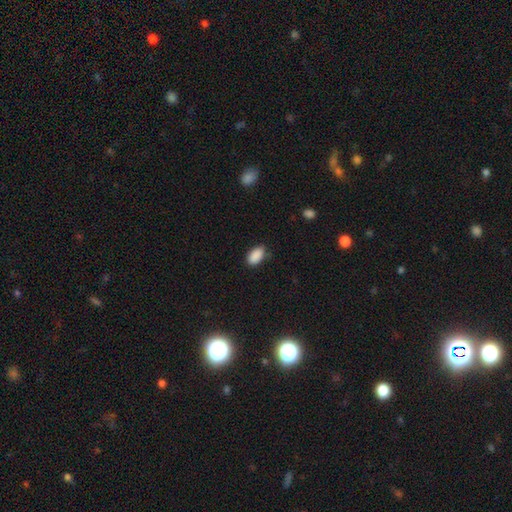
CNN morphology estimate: This is clearly a smooth galaxy (90%). How rounded: clearly in between (93%). Merging: likely none (77%).